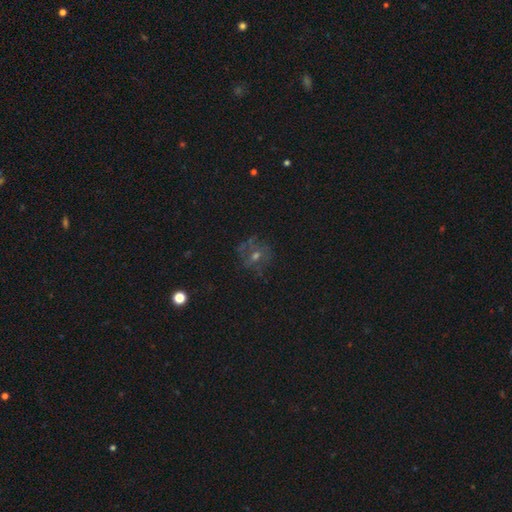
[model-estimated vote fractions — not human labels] Overall: featured or disk (45%; smooth 28%). Merging: none (66%).